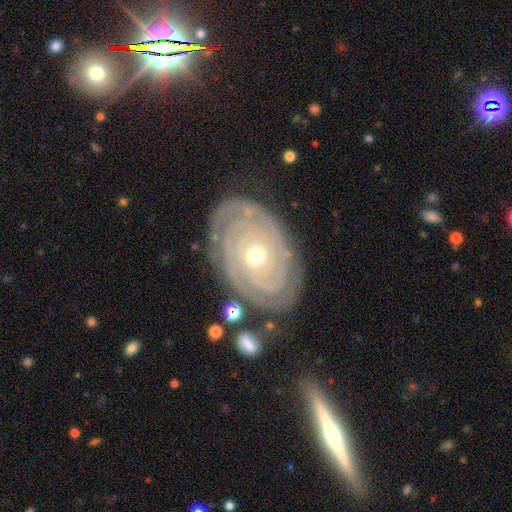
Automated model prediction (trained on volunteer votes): Morphology: type=featured or disk (90%); edge-on=no (96%); bar=no (76%); spiral arms=yes (98%); winding=tight (89%); arm count=2 (28%); bulge=small (51%); merging=none (80%).